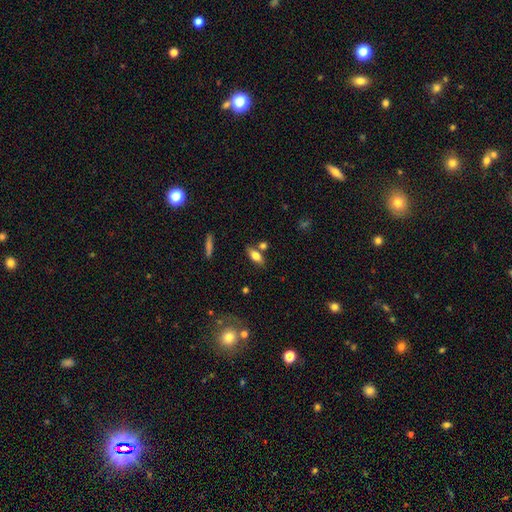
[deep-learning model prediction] A smooth galaxy with no disk features (74%) that is in between round and cigar-shaped (80%).

Vote fractions:
- Smooth or featured? smooth: 74% / featured or disk: 18% / star or artifact: 8%
- How rounded? in between: 80% / cigar-shaped: 16% / round: 4%
- Merging? none: 69% / merger: 15% / minor disturbance: 13% / major disturbance: 4%